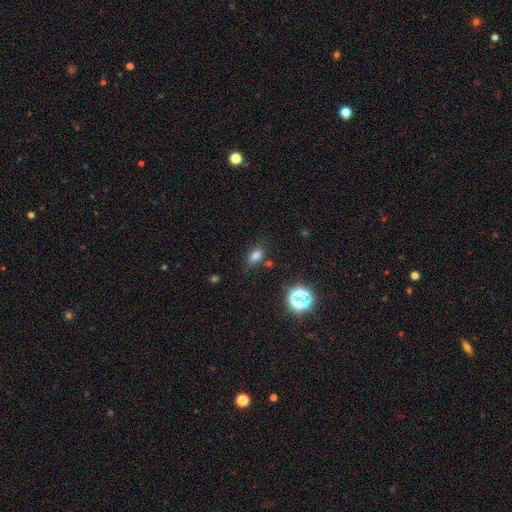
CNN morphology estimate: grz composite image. It shows a smooth galaxy with no disk features (76%) that is in between round and cigar-shaped (84%). Merging: none (77%).